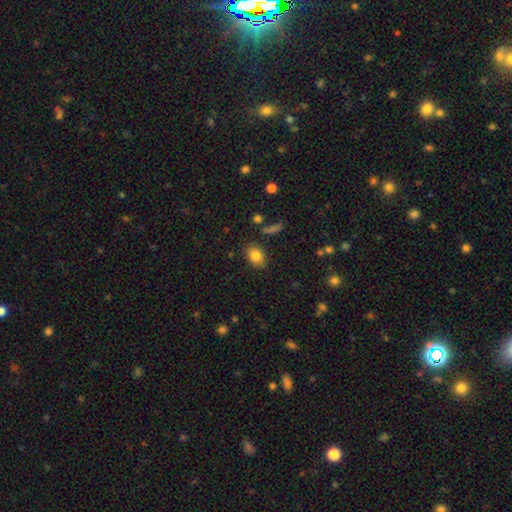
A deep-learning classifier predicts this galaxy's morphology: Smooth or featured? Predicted: smooth (p=0.83). How rounded? Predicted: in between (p=0.66). Merging? Predicted: none (p=0.84).